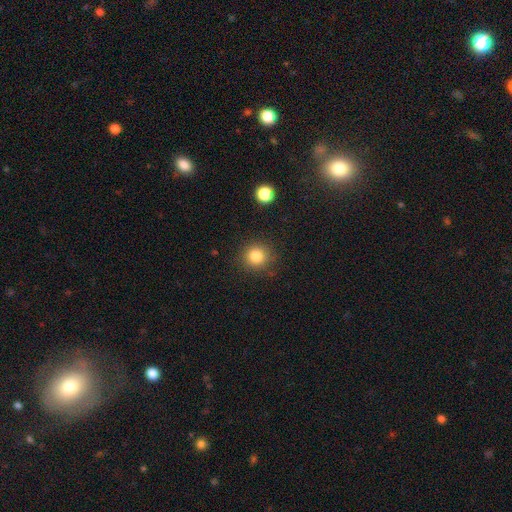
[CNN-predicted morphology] Overall: smooth (82%). How rounded: round (91%). Merging: none (87%).